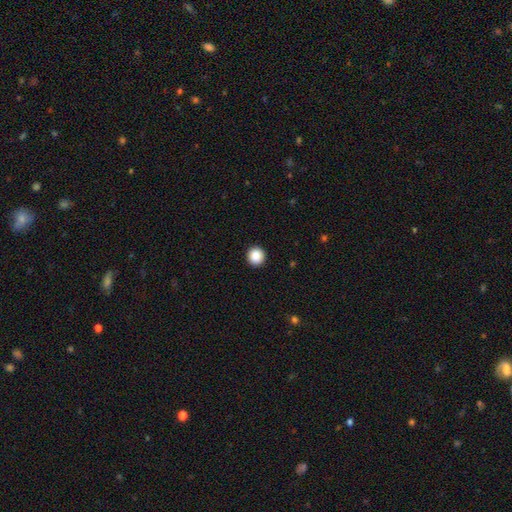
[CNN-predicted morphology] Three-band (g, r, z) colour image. It shows a smooth galaxy with no disk features (88%) that is round (96%). Merging: none (94%).